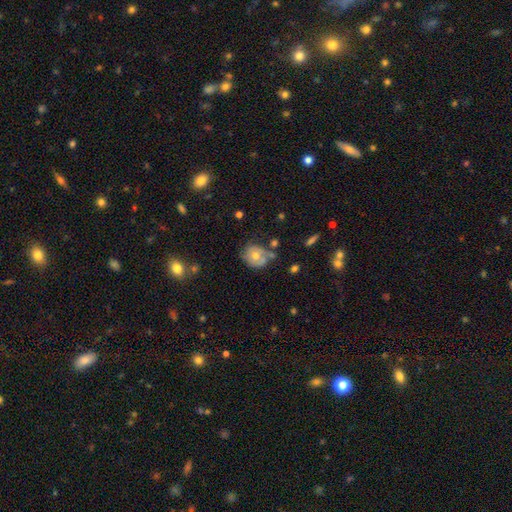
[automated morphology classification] The model was most divided on "smooth or featured": smooth: 50%, featured or disk: 40%, star or artifact: 9%. More confident: how rounded — round (62%); merging — none (52%).